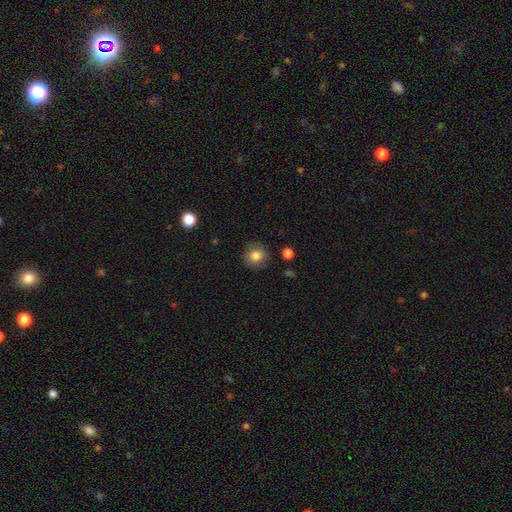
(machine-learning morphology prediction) Smooth or featured? Predicted: smooth (p=0.82). How rounded? Predicted: round (p=0.88). Merging? Predicted: none (p=0.87).